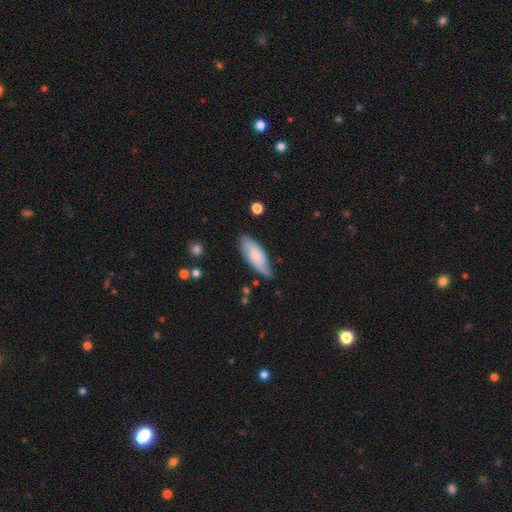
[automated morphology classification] This appears to be a smooth galaxy with no disk features (64%) that is in between round and cigar-shaped (69%). Merging: none (76%).